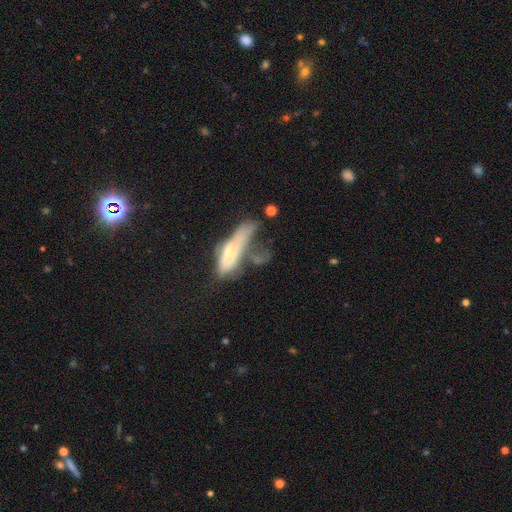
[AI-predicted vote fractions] Smooth or featured: smooth — 47% (featured or disk — 43%)
Merging: major disturbance — 39% (merger — 25%)